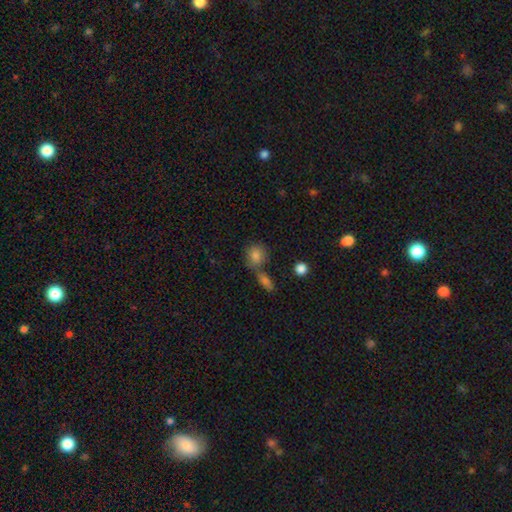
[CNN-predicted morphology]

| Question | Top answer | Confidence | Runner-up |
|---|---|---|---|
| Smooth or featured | smooth | 83% | star or artifact (9%) |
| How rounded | round | 69% | in between (29%) |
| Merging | none | 56% | merger (28%) |